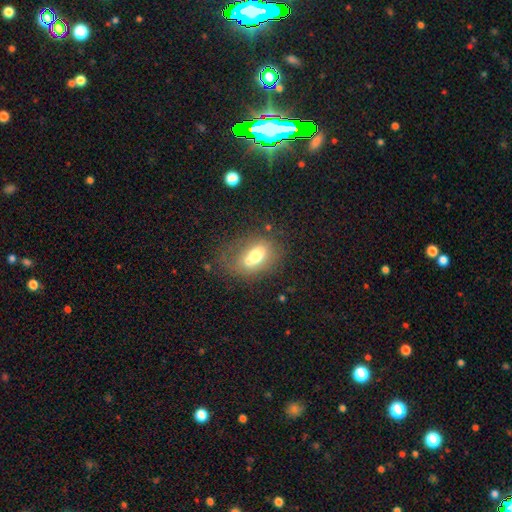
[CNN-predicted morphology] This is likely a smooth galaxy (62%). How rounded: likely in between (66%). Merging: marginally merger (38%).